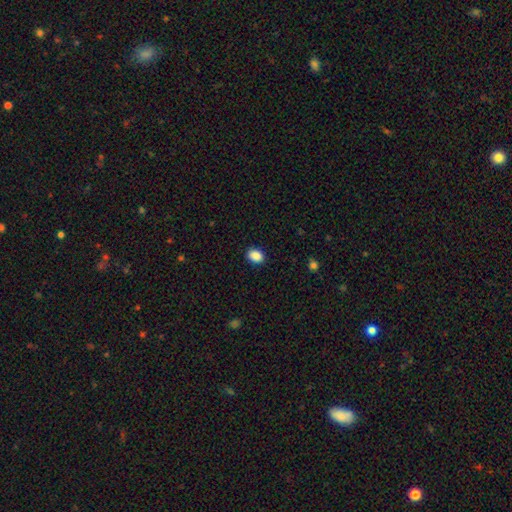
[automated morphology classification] A smooth galaxy with no disk features (89%) that is in between round and cigar-shaped (70%).

Vote fractions:
- Smooth or featured? smooth: 89% / star or artifact: 8% / featured or disk: 3%
- How rounded? in between: 70% / round: 29% / cigar-shaped: 1%
- Merging? none: 89% / minor disturbance: 8% / major disturbance: 2% / merger: 1%